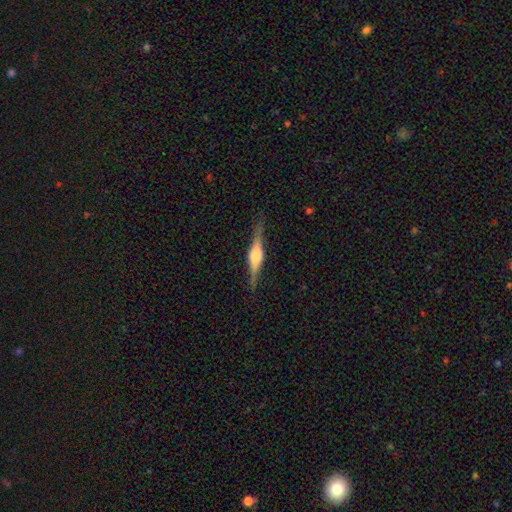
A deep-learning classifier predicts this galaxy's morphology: This appears to be a featured or disk galaxy (75%) viewed edge-on (97%) with a rounded central bulge (79%). Merging: none (86%).